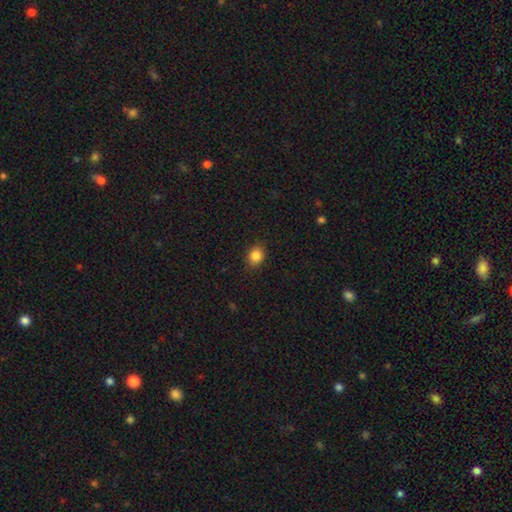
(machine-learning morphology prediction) type=smooth (86%); roundness=round (54%); merging=none (87%).